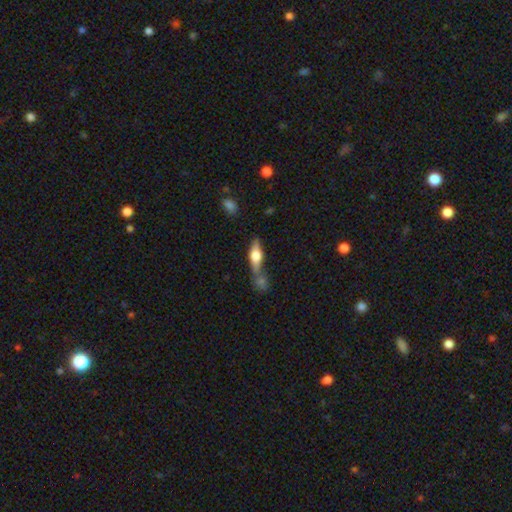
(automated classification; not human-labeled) This is possibly a featured or disk galaxy (52%). It is clearly viewed edge-on (90%). Merging: possibly none (54%).